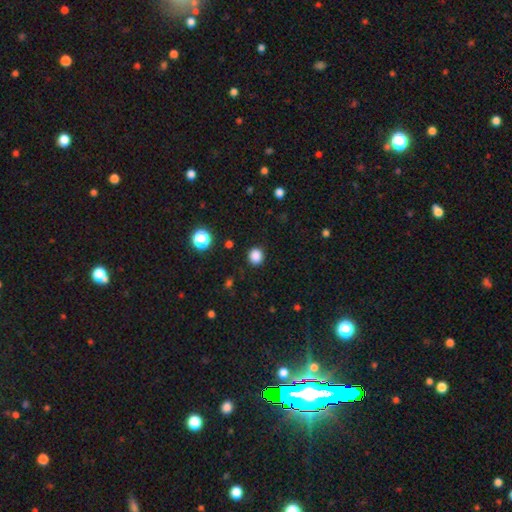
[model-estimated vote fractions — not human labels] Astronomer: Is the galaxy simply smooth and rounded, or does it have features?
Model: smooth — 85%.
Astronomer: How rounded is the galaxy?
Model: round — 87%.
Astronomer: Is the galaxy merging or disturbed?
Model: none — 89%.